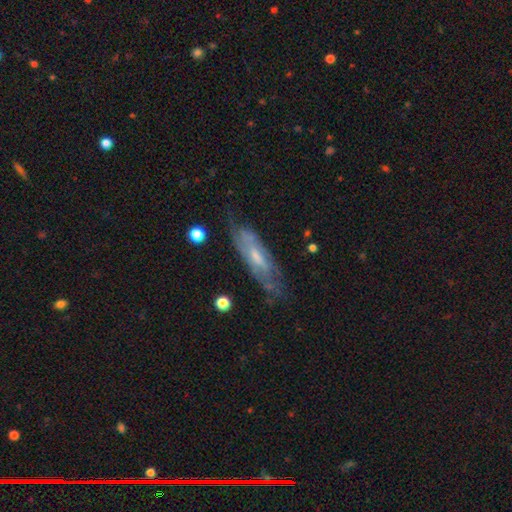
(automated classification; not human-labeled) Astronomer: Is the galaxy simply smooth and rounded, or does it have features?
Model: featured or disk — 66%.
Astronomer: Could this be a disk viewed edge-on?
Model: no — 68%.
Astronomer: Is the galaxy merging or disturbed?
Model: none — 65%.